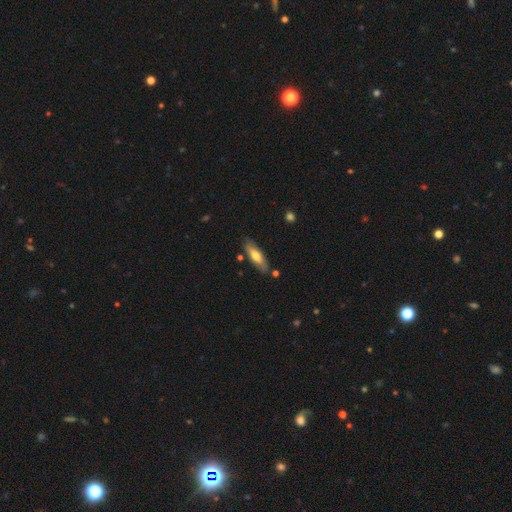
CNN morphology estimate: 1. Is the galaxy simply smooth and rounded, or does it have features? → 59% smooth, 35% featured or disk, 6% star or artifact.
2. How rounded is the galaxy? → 50% cigar-shaped, 48% in between, 2% round.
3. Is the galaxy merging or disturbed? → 81% none, 13% minor disturbance, 4% merger, 2% major disturbance.